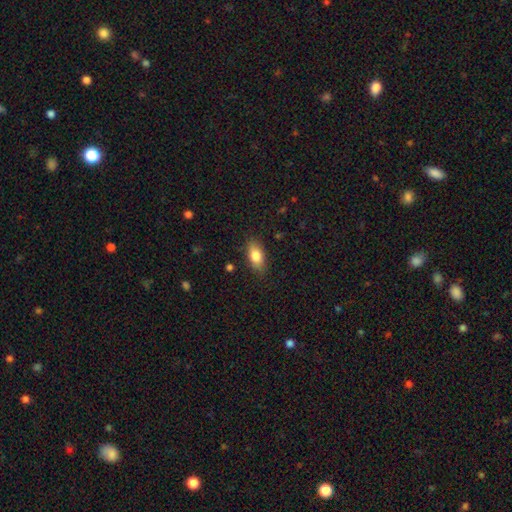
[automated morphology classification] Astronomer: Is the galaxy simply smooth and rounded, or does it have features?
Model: smooth — 82%.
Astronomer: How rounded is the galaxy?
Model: in between — 88%.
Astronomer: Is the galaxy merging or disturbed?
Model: none — 85%.